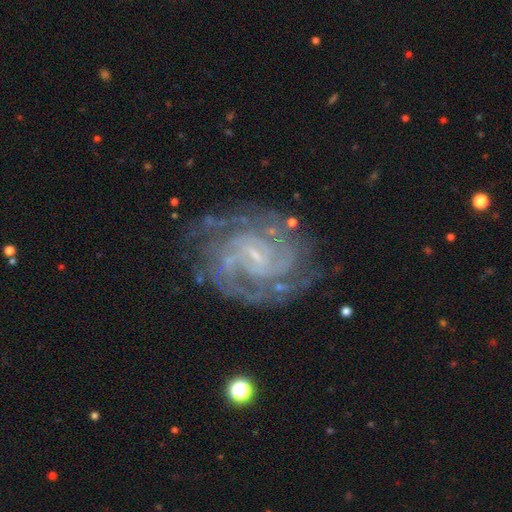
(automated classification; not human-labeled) This is clearly a featured or disk galaxy (91%). It is clearly not viewed edge-on (98%). Bar: possibly weak (54%). Spiral arm pattern: clearly yes (98%). Spiral arm count: marginally 2 (41%). Spiral winding: likely tight (64%). Central bulge: likely small (74%). Merging: likely none (76%).